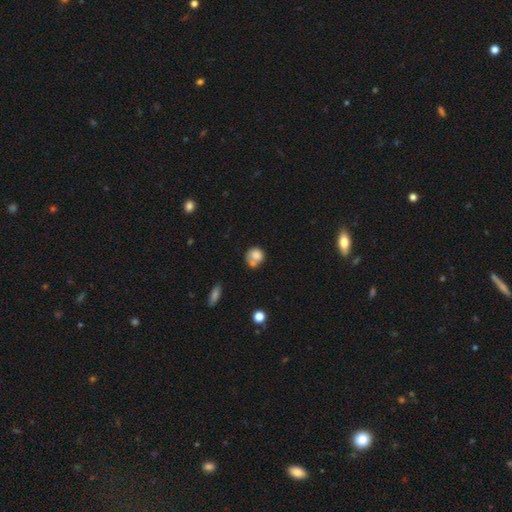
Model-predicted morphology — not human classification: This appears to be a smooth galaxy with no disk features (75%) that is round (72%). Merging: merger (39%).